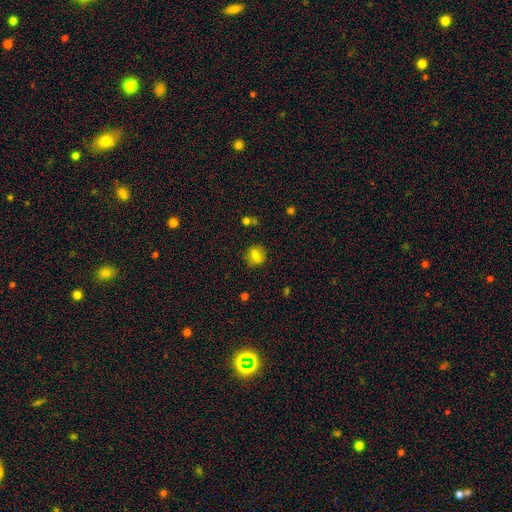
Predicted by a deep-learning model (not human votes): smooth 75%, featured or disk 14%, star or artifact 11%. Down the decision tree: how rounded — round (57%); merging — none (81%).